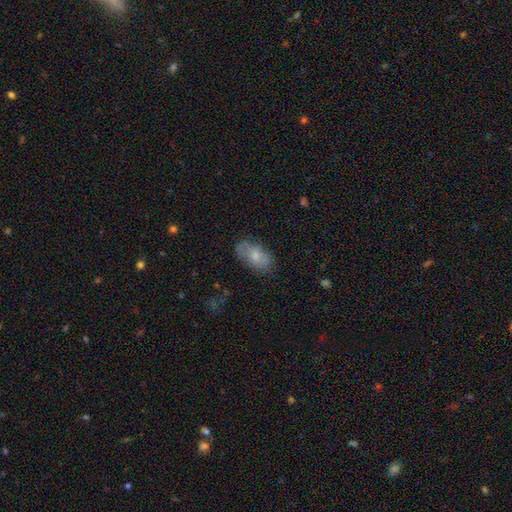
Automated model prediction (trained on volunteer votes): A smooth galaxy with no disk features (67%) that is in between round and cigar-shaped (92%). Merging: none (74%).